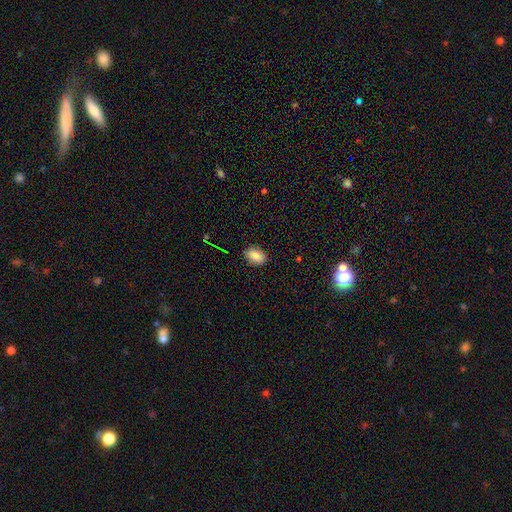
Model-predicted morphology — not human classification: A smooth galaxy with no disk features (83%) that is in between round and cigar-shaped (84%). Merging: none (84%).